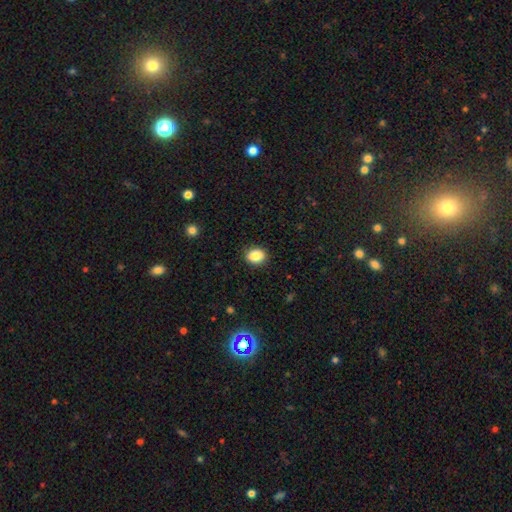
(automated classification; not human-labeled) Morphology: type=smooth (86%); roundness=round (53%); merging=none (90%).